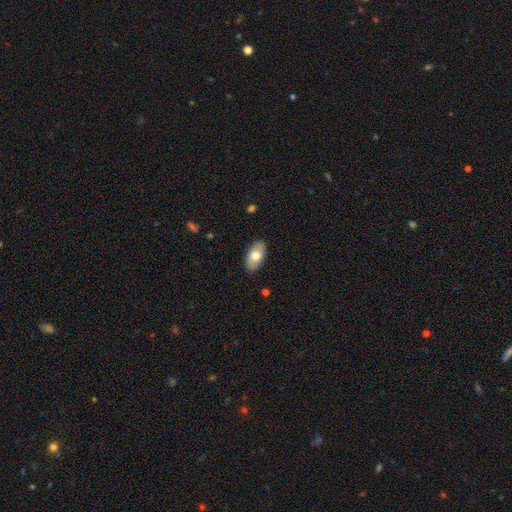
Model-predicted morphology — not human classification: Smooth or featured: smooth — 72% (featured or disk — 22%)
How rounded: in between — 94% (round — 3%)
Merging: none — 88% (minor disturbance — 9%)